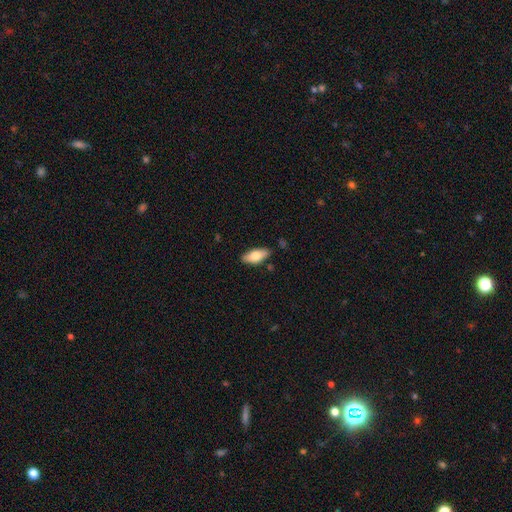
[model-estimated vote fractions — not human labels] Morphology: type=smooth (72%); roundness=in between (84%); merging=none (85%).